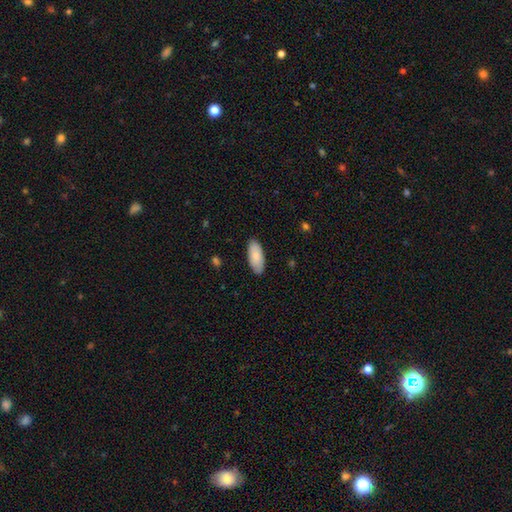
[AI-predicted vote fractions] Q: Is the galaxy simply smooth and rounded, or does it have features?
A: smooth — 86%.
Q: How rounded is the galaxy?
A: in between — 87%.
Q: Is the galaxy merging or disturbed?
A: none — 87%.